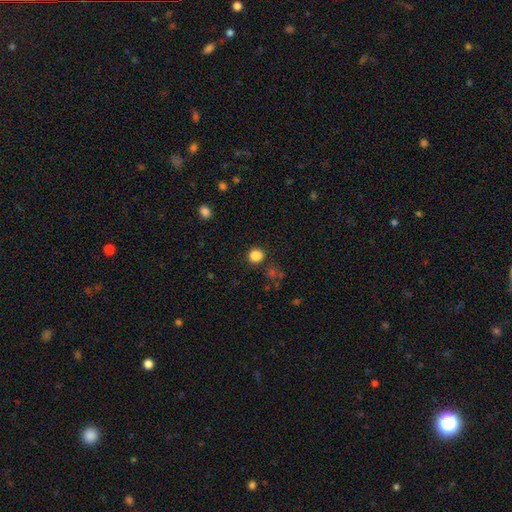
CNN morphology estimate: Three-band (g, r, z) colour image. It shows a smooth galaxy with no disk features (84%) that is round (86%). Merging: none (83%).